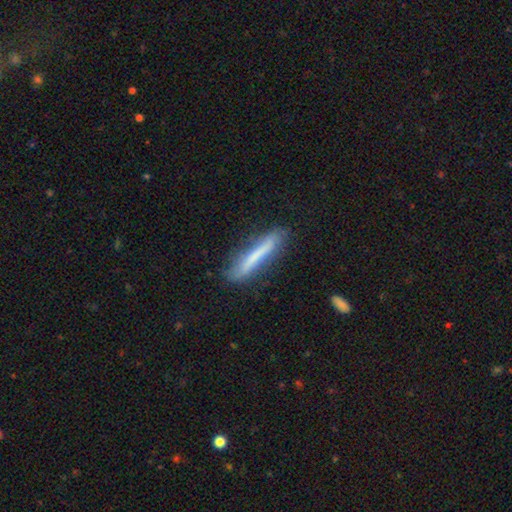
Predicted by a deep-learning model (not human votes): This appears to be a smooth galaxy with no disk features (54%) that is cigar-shaped (92%). Merging: none (72%).